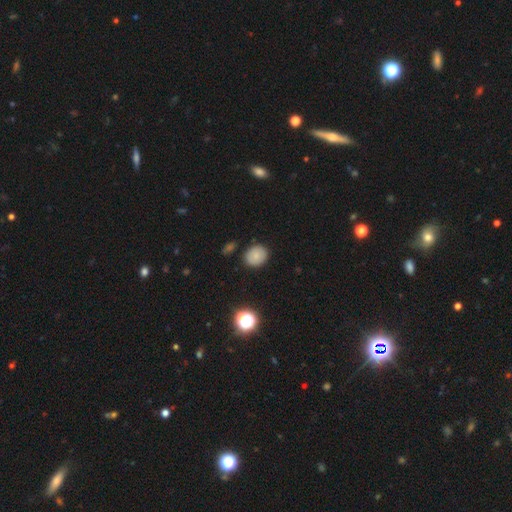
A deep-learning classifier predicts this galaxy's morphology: smooth 80%, star or artifact 12%, featured or disk 8%. Down the decision tree: how rounded — round (68%); merging — none (86%).